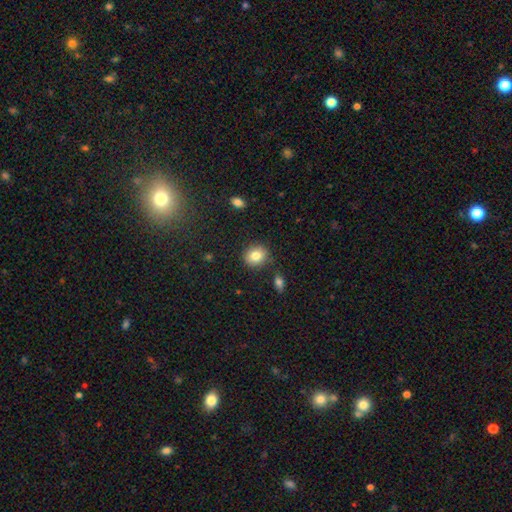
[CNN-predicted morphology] smooth_or_featured: smooth (p=0.83) [alt: star or artifact p=0.09]
how_rounded: round (p=0.76) [alt: in between p=0.23]
merging: none (p=0.85) [alt: minor disturbance p=0.09]